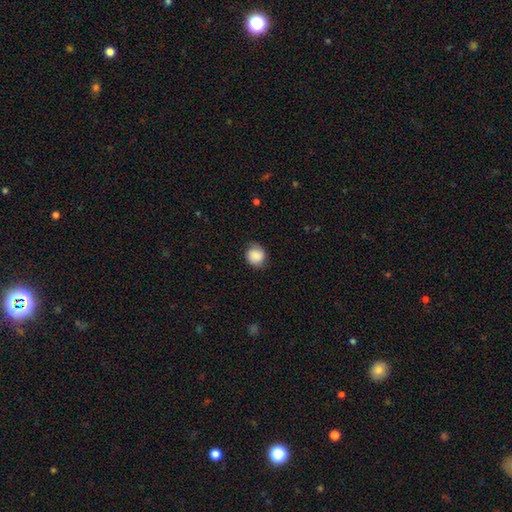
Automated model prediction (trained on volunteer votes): smooth 84%, featured or disk 8%, star or artifact 8%. Down the decision tree: how rounded — round (79%); merging — none (75%).